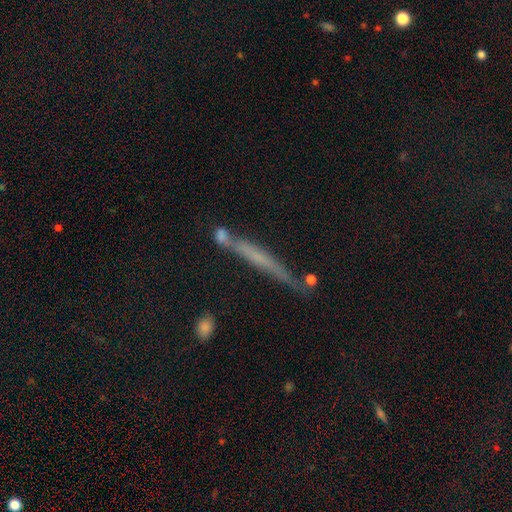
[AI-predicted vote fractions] Q: Smooth or featured?
A: featured or disk (51%); runner-up: smooth (38%)
Q: Edge-on disk?
A: yes (93%); runner-up: no (7%)
Q: Merging?
A: none (73%); runner-up: minor disturbance (14%)